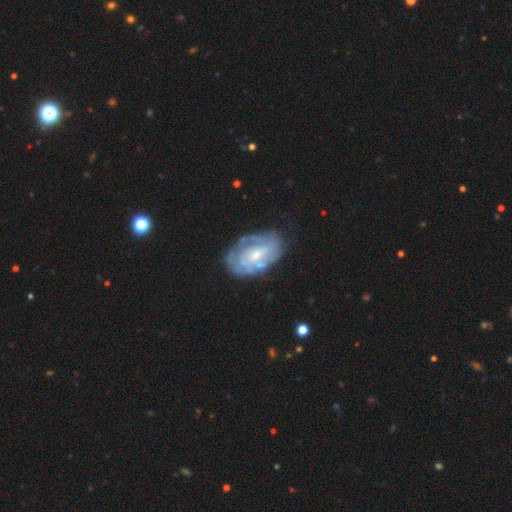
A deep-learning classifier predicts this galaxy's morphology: featured or disk 67%, smooth 27%, star or artifact 7%. Down the decision tree: edge-on disk — no (96%); bar — no (64%); spiral arms — yes (60%); bulge size — small (48%); merging — none (60%).